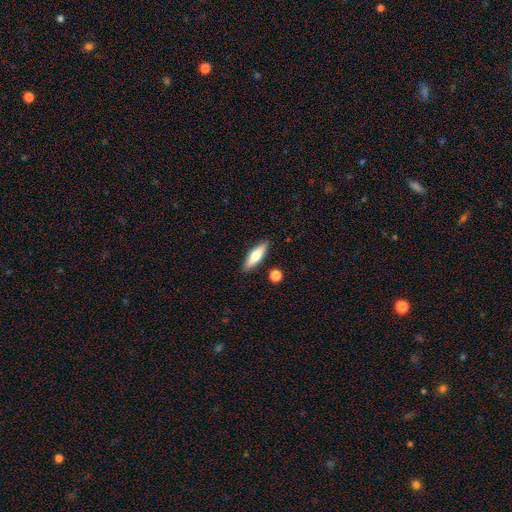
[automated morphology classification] smooth-or-featured: smooth: 63% | featured or disk: 30% | star or artifact: 6%
  how-rounded: cigar-shaped: 55% | in between: 43% | round: 2%
  merging: none: 86% | minor disturbance: 9% | merger: 3% | major disturbance: 2%